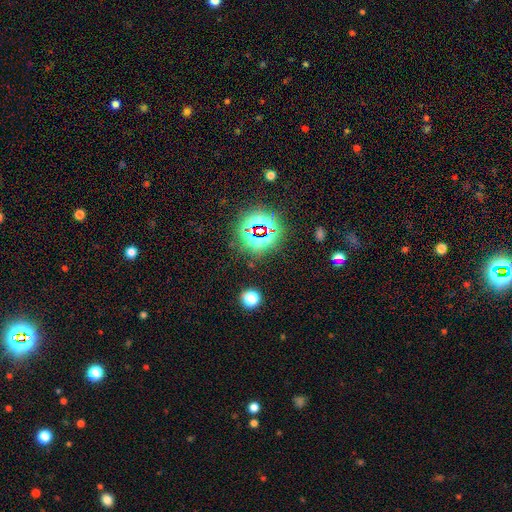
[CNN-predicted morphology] Smooth or featured? Predicted: star or artifact (p=0.83).